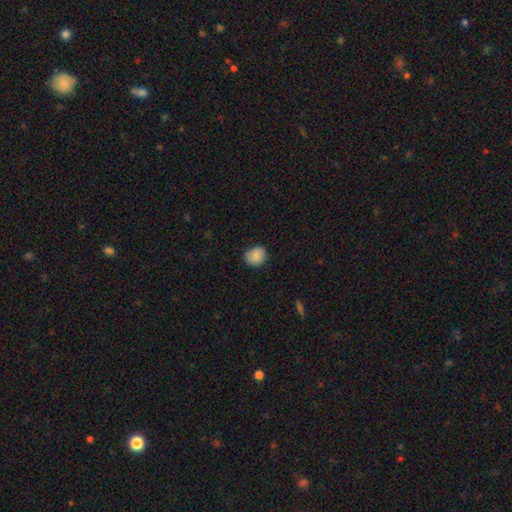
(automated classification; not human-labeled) Morphology: type=smooth (86%); roundness=round (74%); merging=none (79%).